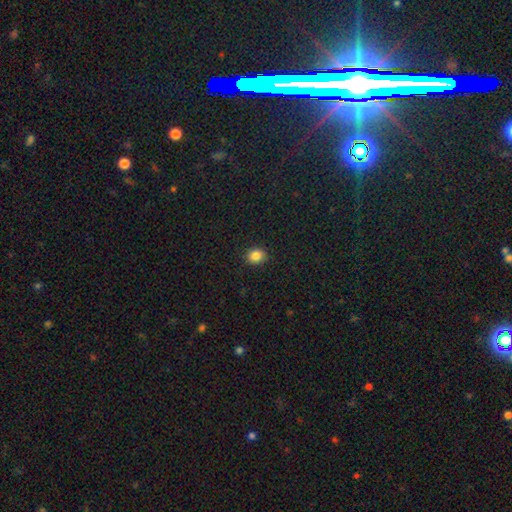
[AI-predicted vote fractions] This is clearly a smooth galaxy (84%). How rounded: likely round (66%). Merging: clearly none (90%).